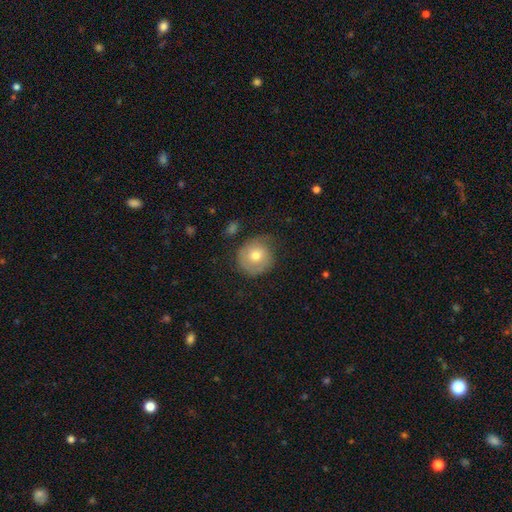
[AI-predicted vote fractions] A smooth galaxy with no disk features (58%) that is round (87%). Merging: none (58%).